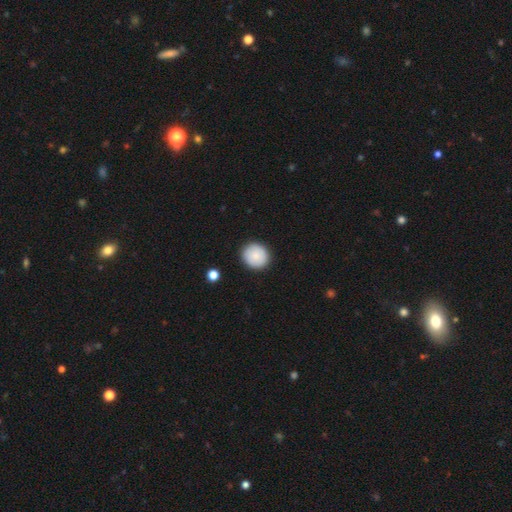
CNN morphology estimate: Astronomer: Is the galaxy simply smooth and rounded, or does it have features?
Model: smooth — 84%.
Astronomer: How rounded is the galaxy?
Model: round — 86%.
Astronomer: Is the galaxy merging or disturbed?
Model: none — 90%.